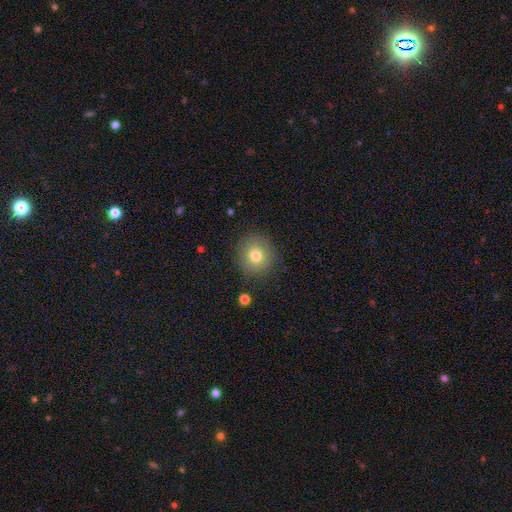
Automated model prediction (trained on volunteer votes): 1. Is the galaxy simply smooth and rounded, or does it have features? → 76% smooth, 13% featured or disk, 12% star or artifact.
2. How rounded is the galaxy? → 89% round, 10% in between, 1% cigar-shaped.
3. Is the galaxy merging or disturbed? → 85% none, 10% minor disturbance, 4% major disturbance, 1% merger.